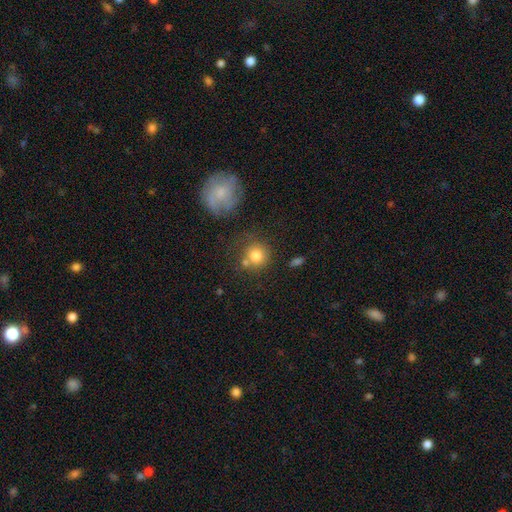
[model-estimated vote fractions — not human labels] A smooth galaxy with no disk features (81%) that is round (89%). Merging: none (60%).